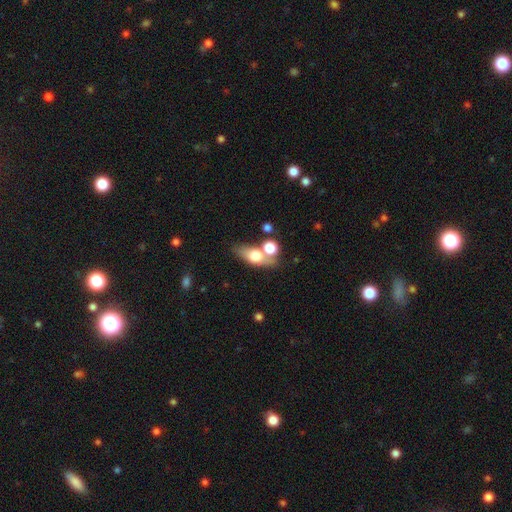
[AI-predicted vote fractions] Smooth or featured: smooth — 59% (featured or disk — 31%)
How rounded: in between — 62% (cigar-shaped — 21%)
Merging: none — 53% (merger — 27%)